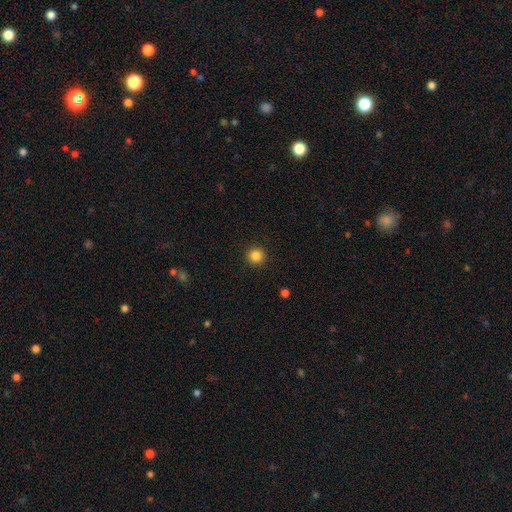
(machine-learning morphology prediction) This is clearly a smooth galaxy (85%). How rounded: clearly round (94%). Merging: clearly none (92%).